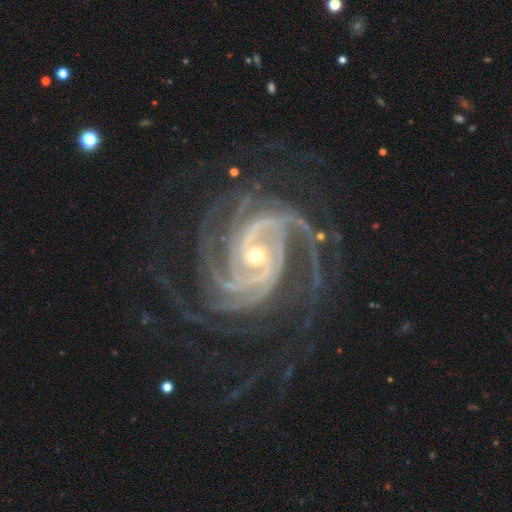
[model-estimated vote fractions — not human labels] A featured or disk galaxy (93%) with no bar (41%), 4 (27%) tight (63%) spiral arms (99%) and a small central bulge (56%). Merging: none (70%).